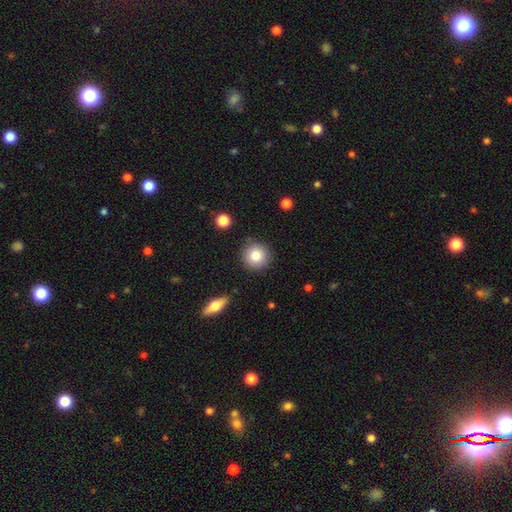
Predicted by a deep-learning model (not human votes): Smooth or featured?
  - smooth: 81% *
  - featured or disk: 10%
  - star or artifact: 9%
How rounded?
  - round: 93% *
  - in between: 6%
  - cigar-shaped: 1%
Merging?
  - none: 87% *
  - minor disturbance: 8%
  - merger: 2%
  - major disturbance: 2%